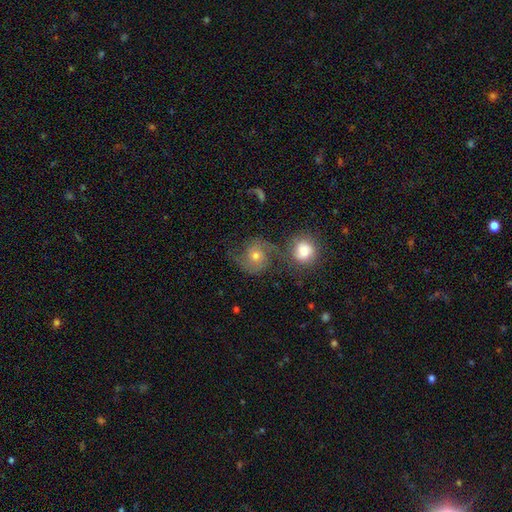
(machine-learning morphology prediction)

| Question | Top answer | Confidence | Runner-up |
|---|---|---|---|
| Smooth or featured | featured or disk | 66% | smooth (23%) |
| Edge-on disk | no | 98% | yes (2%) |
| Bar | no | 73% | weak (22%) |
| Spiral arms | yes | 92% | no (8%) |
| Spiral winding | medium | 48% | loose (29%) |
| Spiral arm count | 2 | 85% | can't tell (7%) |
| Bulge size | moderate | 60% | small (32%) |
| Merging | none | 55% | merger (18%) |